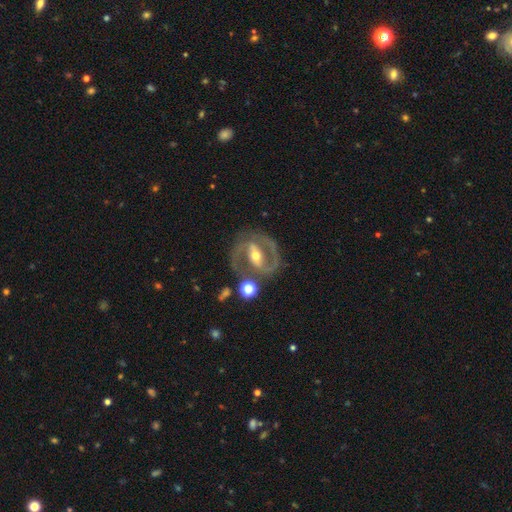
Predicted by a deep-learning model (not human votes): This appears to be a featured or disk galaxy (89%) with a strong bar (61%), 2 (91%) medium (57%) spiral arms (93%) and a moderate central bulge (63%). Merging: none (76%).